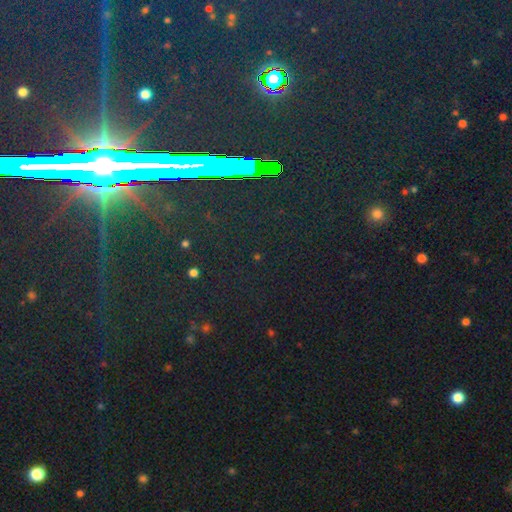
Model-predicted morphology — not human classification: This appears to be a star or artifact, not a galaxy (83%).